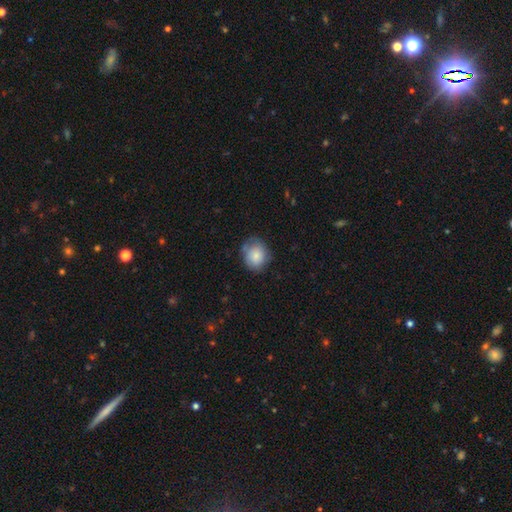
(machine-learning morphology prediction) Smooth or featured: smooth — 78% (featured or disk — 14%)
How rounded: round — 70% (in between — 29%)
Merging: none — 66% (minor disturbance — 25%)